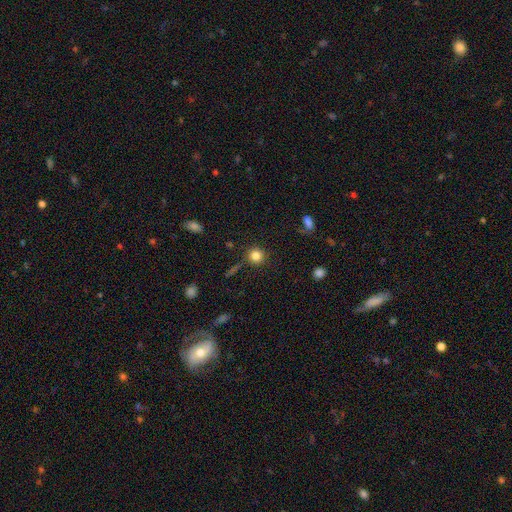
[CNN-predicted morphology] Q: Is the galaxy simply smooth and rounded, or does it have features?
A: smooth — 82%.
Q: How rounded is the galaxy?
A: round — 93%.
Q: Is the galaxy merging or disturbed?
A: none — 86%.